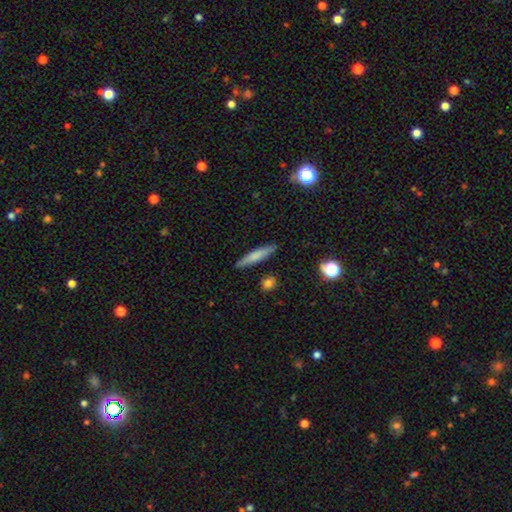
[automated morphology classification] Smooth or featured? Predicted: smooth (p=0.71). How rounded? Predicted: cigar-shaped (p=0.86). Merging? Predicted: none (p=0.86).